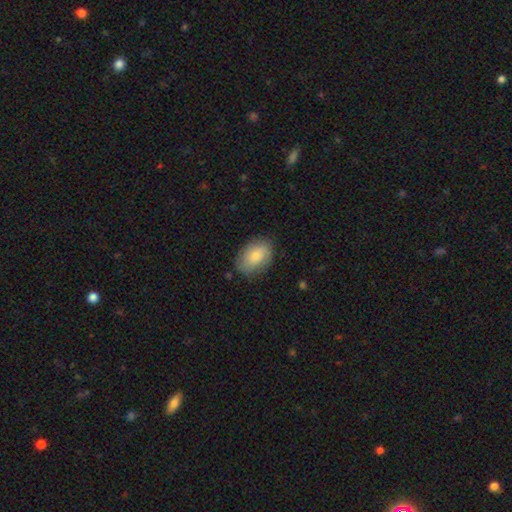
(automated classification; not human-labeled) smooth-or-featured: smooth: 79% | featured or disk: 15% | star or artifact: 6%
  how-rounded: in between: 88% | round: 11% | cigar-shaped: 1%
  merging: none: 78% | minor disturbance: 17% | major disturbance: 4% | merger: 1%